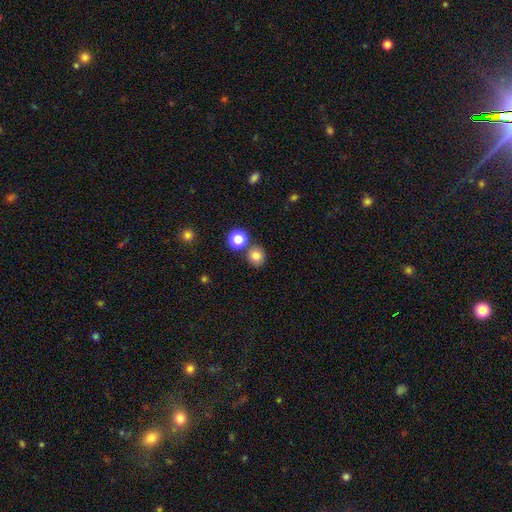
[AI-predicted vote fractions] Smooth or featured? Predicted: smooth (p=0.81). How rounded? Predicted: round (p=0.86). Merging? Predicted: none (p=0.75).